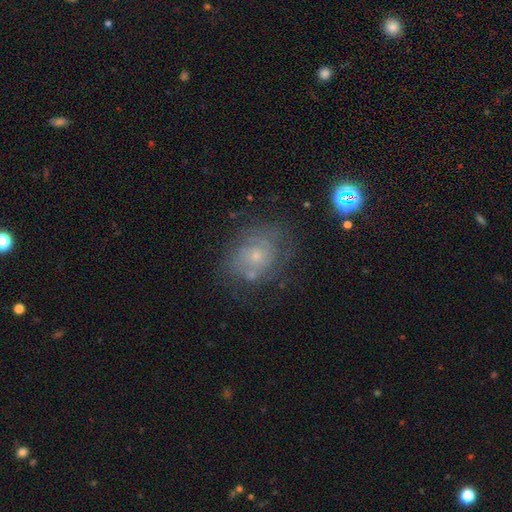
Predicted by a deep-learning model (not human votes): Morphology: type=featured or disk (58%); edge-on=no (97%); bar=no (83%); spiral arms=yes (67%); bulge=small (68%); merging=none (62%).